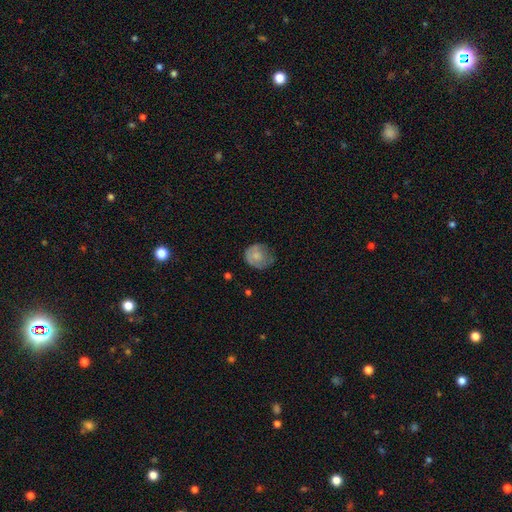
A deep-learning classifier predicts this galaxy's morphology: smooth 63%, featured or disk 30%, star or artifact 7%. Down the decision tree: how rounded — round (76%); merging — none (54%).